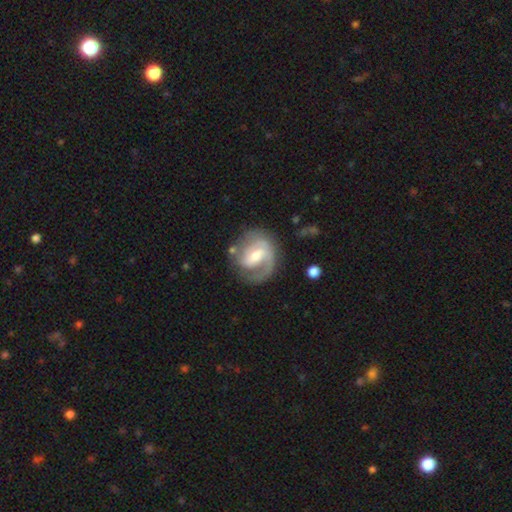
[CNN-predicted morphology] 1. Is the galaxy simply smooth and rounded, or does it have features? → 83% featured or disk, 12% smooth, 5% star or artifact.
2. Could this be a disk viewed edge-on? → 98% no, 2% yes.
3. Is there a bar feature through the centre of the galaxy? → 53% weak, 25% strong, 21% no.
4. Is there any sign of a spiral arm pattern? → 94% yes, 6% no.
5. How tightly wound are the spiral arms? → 46% medium, 34% tight, 19% loose.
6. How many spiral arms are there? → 57% 2, 26% 1, 10% can't tell, 5% 3, 1% 4, 1% more than 4.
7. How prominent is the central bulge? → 56% moderate, 37% small, 4% large, 2% none, 1% dominant.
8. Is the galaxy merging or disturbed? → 66% none, 19% minor disturbance, 12% major disturbance, 3% merger.